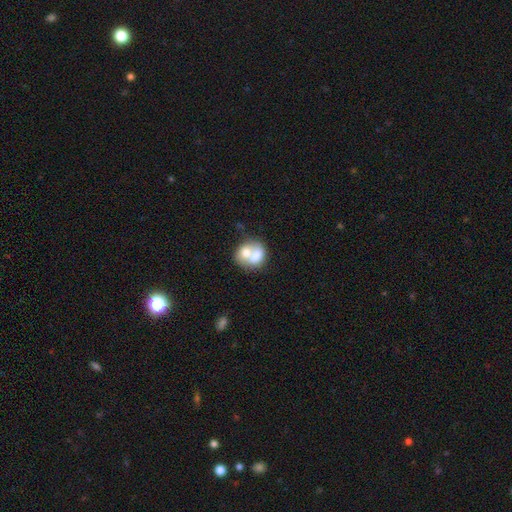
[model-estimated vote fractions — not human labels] The model was most divided on "how rounded": round: 57%, in between: 42%, cigar-shaped: 1%. More confident: merging — merger (67%); smooth or featured — smooth (66%).